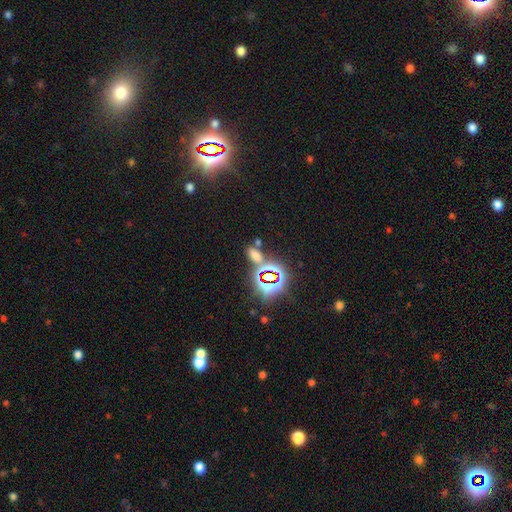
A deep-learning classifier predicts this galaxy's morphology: Q: Smooth or featured?
A: smooth (48%); runner-up: star or artifact (45%)
Q: Merging?
A: none (66%); runner-up: merger (17%)